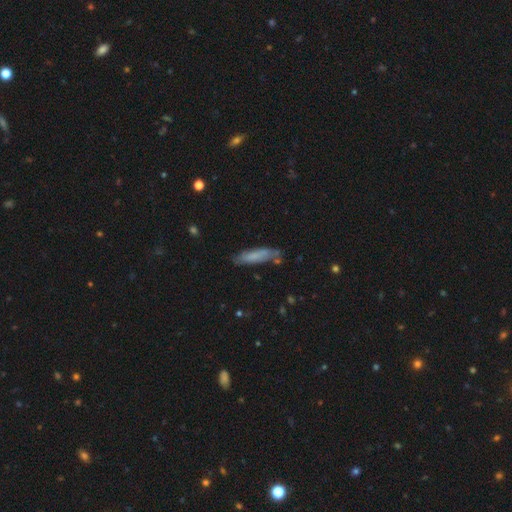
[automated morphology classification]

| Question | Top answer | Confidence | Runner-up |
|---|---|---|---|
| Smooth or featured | smooth | 70% | featured or disk (23%) |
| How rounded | cigar-shaped | 76% | in between (23%) |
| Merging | none | 72% | minor disturbance (20%) |